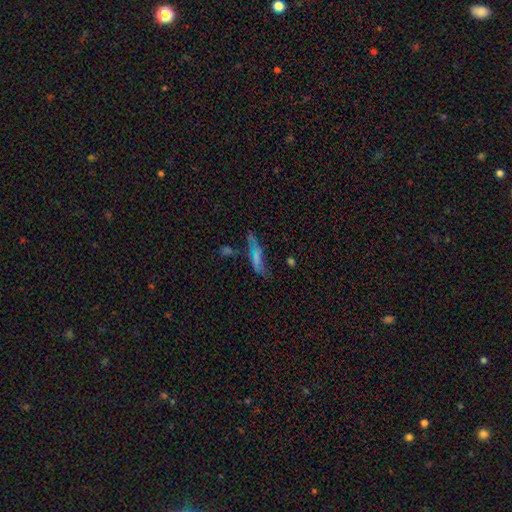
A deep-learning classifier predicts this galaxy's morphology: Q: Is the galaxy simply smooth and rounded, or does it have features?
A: featured or disk — 48%.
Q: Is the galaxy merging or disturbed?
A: none — 48%.